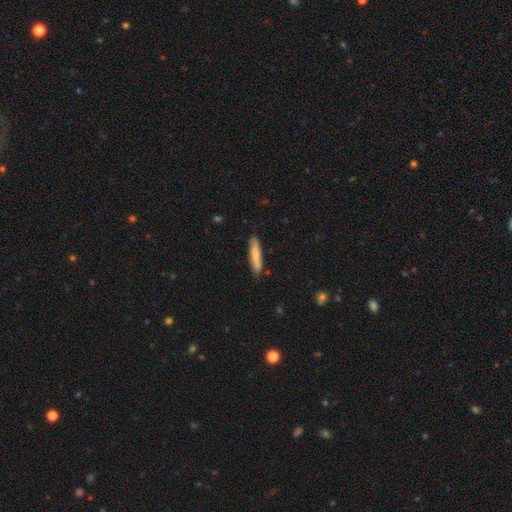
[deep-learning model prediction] This is likely a smooth galaxy (77%). How rounded: clearly cigar-shaped (87%). Merging: clearly none (84%).